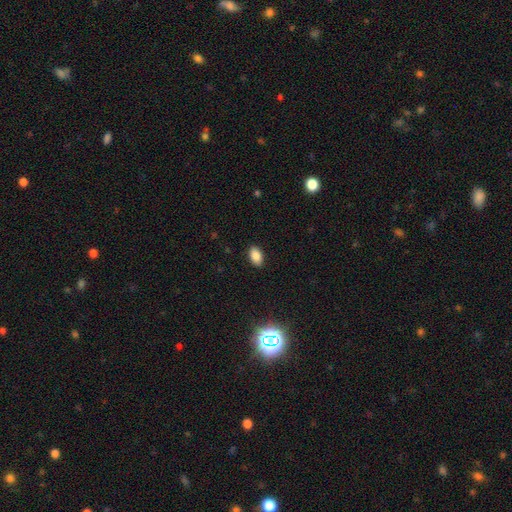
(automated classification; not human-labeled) Smooth or featured? smooth (86%)
How rounded? in between (92%)
Merging? none (89%)